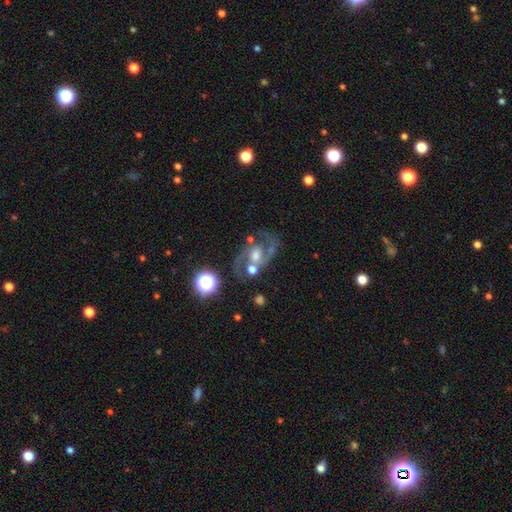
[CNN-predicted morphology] Overall: featured or disk (82%). Edge-on disk: no (98%). Bar: no (49%; weak 39%). Spiral arms: yes (94%). Spiral arm count: 2 (92%). Spiral winding: medium (60%; loose 26%). Bulge size: moderate (61%). Merging: none (62%).